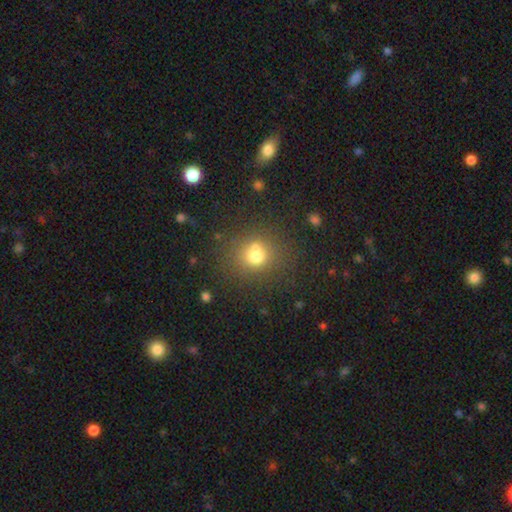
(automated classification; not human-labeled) This is likely a smooth galaxy (70%). How rounded: likely round (79%). Merging: likely none (61%).